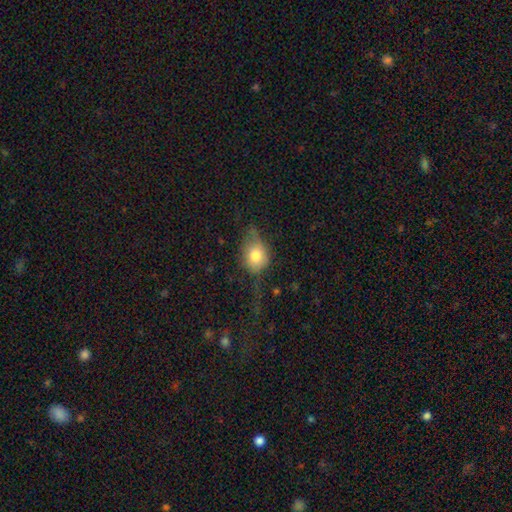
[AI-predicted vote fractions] Smooth or featured: smooth — 71% (featured or disk — 19%)
How rounded: in between — 51% (round — 47%)
Merging: none — 37% (minor disturbance — 33%)